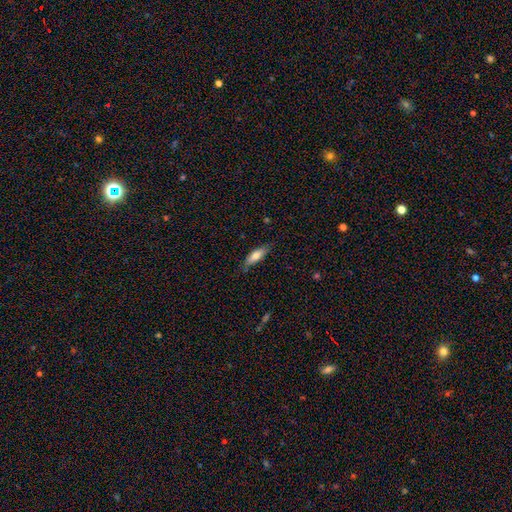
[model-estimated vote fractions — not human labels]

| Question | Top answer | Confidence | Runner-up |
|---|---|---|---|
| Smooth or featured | smooth | 72% | featured or disk (22%) |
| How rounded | cigar-shaped | 50% | in between (48%) |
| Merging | none | 75% | minor disturbance (20%) |